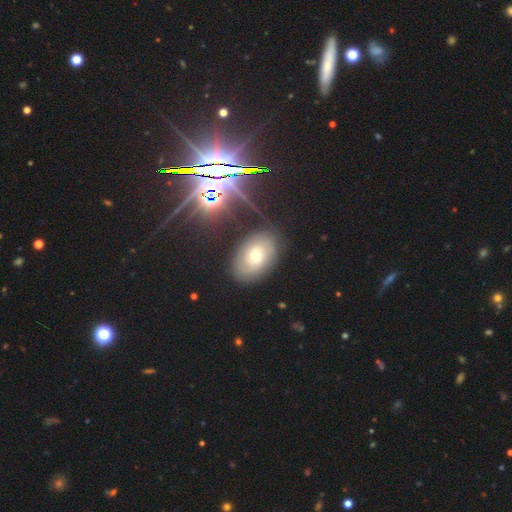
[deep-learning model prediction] smooth 42%, featured or disk 38%, star or artifact 19%. Down the decision tree: merging — none (82%).